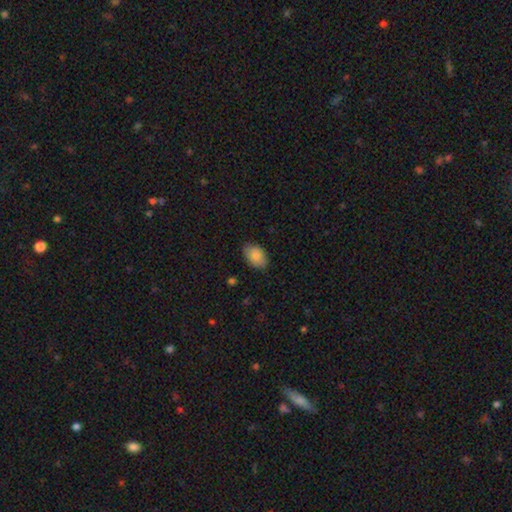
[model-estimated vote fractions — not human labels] A smooth galaxy with no disk features (86%) that is in between round and cigar-shaped (89%). Merging: none (81%).